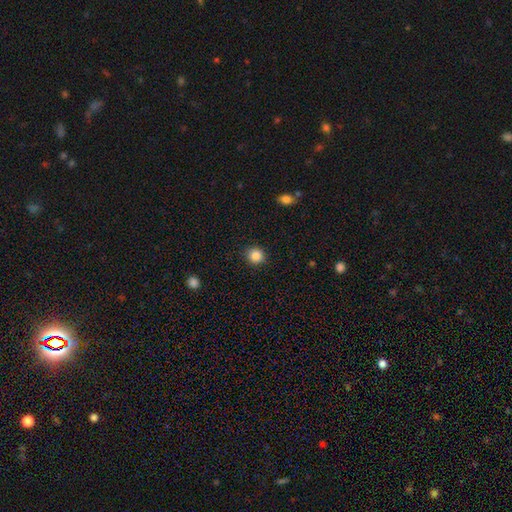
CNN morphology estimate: A smooth galaxy with no disk features (85%) that is round (89%). Merging: none (90%).